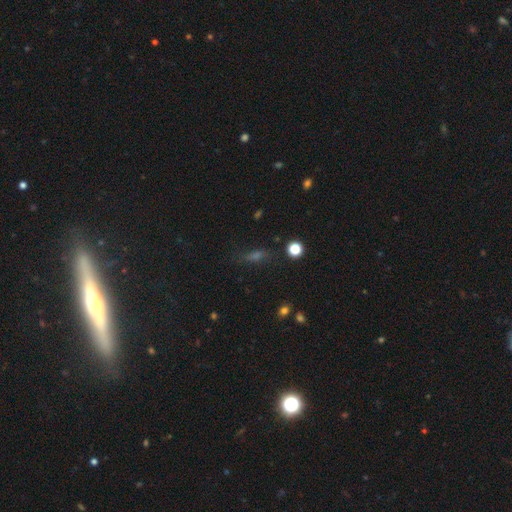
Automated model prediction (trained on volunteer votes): Morphology: type=smooth (42%); merging=none (71%).